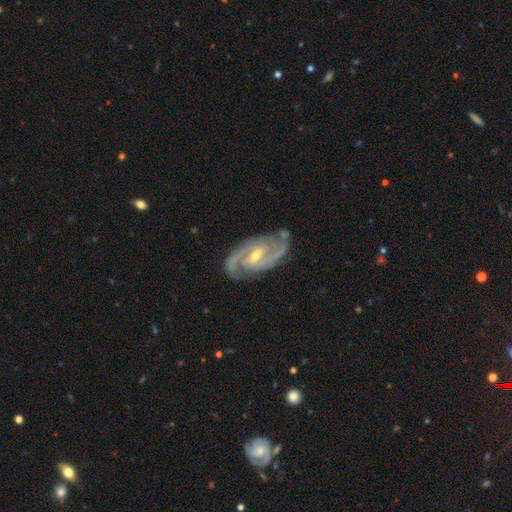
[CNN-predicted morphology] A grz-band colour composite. It shows a featured or disk galaxy (92%) with a weak bar (44%), 2 (84%) medium (51%) spiral arms (98%) and a small central bulge (54%). Merging: none (80%).